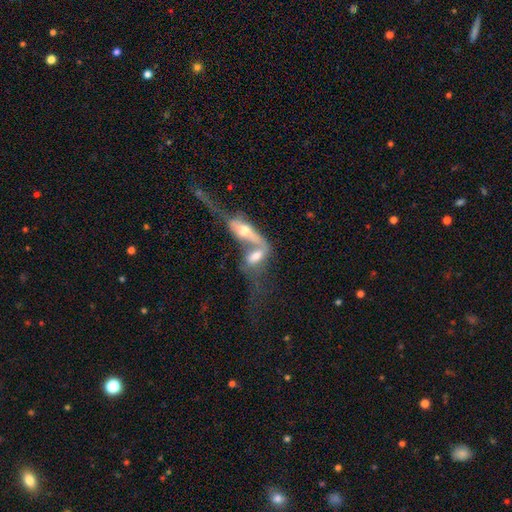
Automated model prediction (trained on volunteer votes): A featured or disk galaxy (57%). Merging: merger (77%).